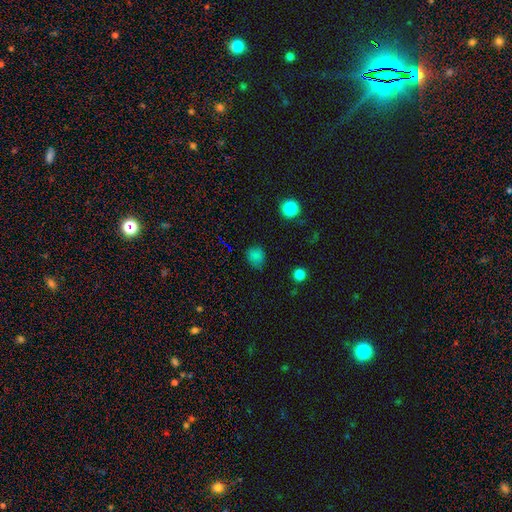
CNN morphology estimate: smooth 77%, star or artifact 18%, featured or disk 4%. Down the decision tree: how rounded — round (75%); merging — none (78%).